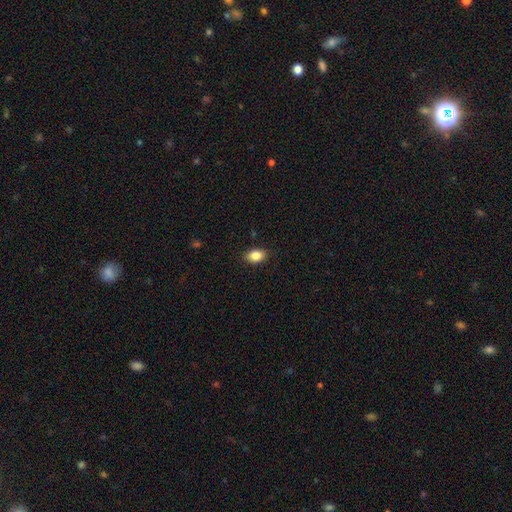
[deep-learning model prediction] smooth_or_featured: smooth (p=0.86) [alt: star or artifact p=0.08]
how_rounded: in between (p=0.84) [alt: round p=0.14]
merging: none (p=0.88) [alt: minor disturbance p=0.09]